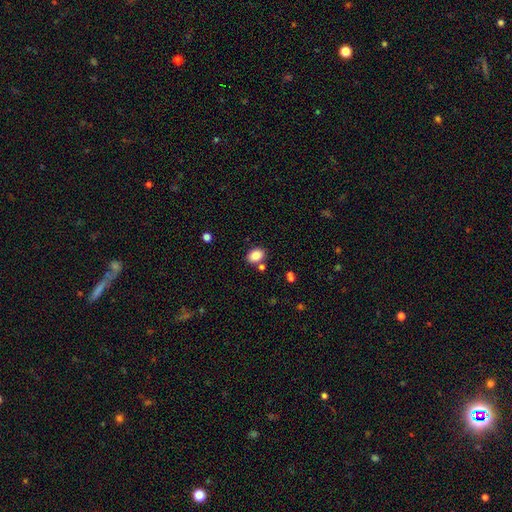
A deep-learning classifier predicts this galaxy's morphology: Q: Smooth or featured?
A: smooth (85%); runner-up: star or artifact (9%)
Q: How rounded?
A: in between (69%); runner-up: round (30%)
Q: Merging?
A: none (78%); runner-up: minor disturbance (10%)